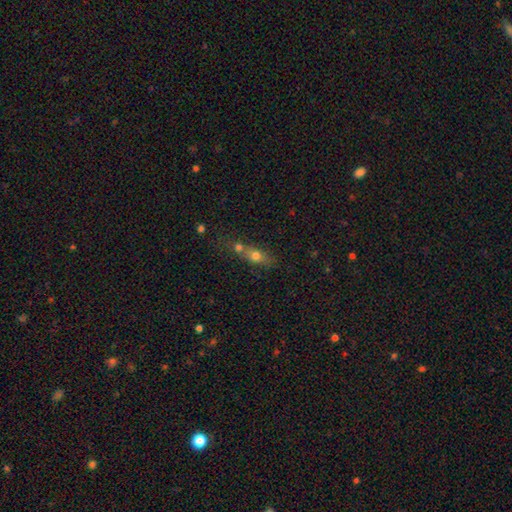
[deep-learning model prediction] Q: Smooth or featured?
A: smooth (69%); runner-up: featured or disk (20%)
Q: How rounded?
A: in between (54%); runner-up: round (29%)
Q: Merging?
A: merger (50%); runner-up: none (33%)